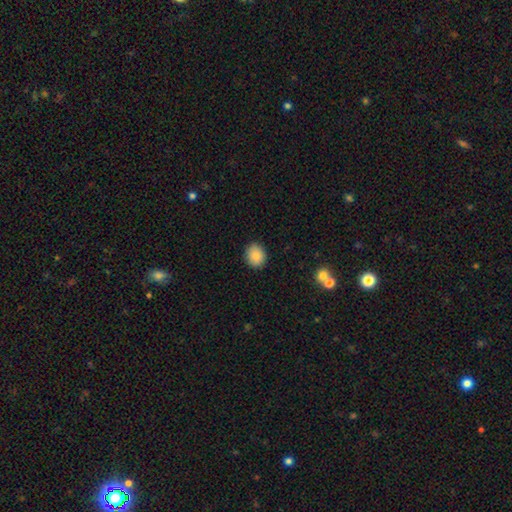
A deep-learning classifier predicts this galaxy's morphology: Smooth or featured: smooth — 85% (star or artifact — 8%)
How rounded: round — 65% (in between — 34%)
Merging: none — 89% (minor disturbance — 8%)